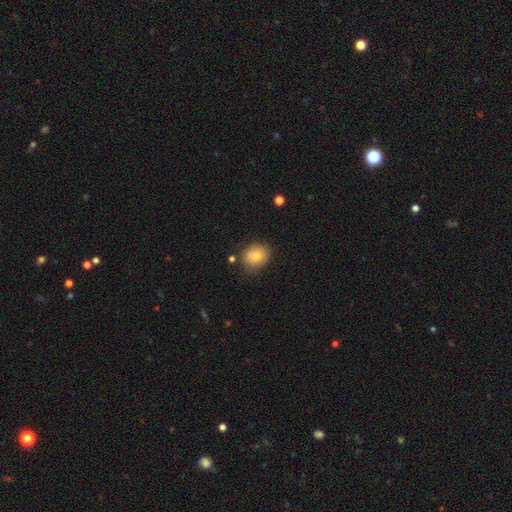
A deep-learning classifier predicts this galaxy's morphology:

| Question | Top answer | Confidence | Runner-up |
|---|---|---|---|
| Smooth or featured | smooth | 74% | featured or disk (17%) |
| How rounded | round | 66% | in between (33%) |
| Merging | none | 76% | minor disturbance (17%) |